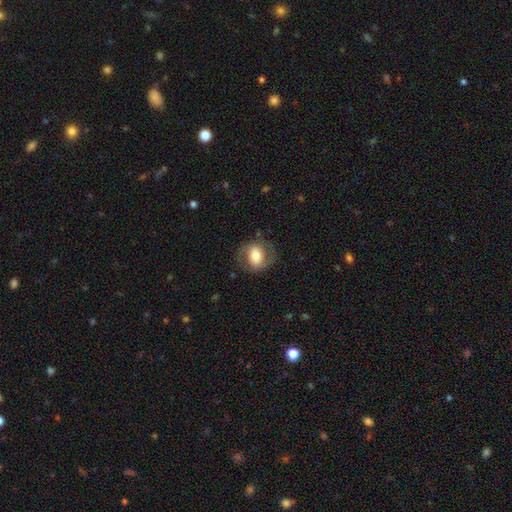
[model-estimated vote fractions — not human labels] smooth 58%, featured or disk 34%, star or artifact 7%. Down the decision tree: how rounded — in between (51%); merging — none (73%).